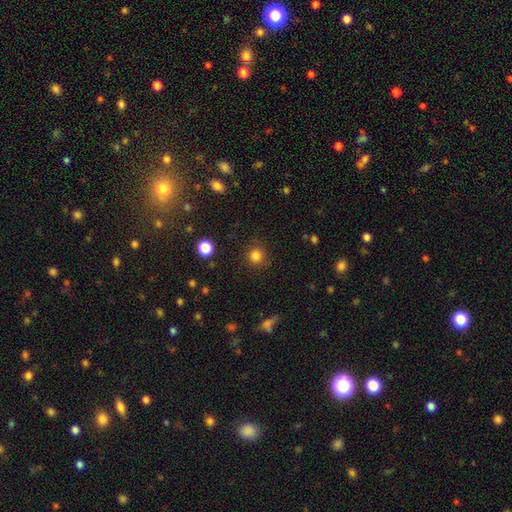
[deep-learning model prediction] Smooth or featured: smooth — 83% (star or artifact — 13%)
How rounded: round — 93% (in between — 6%)
Merging: none — 87% (minor disturbance — 8%)